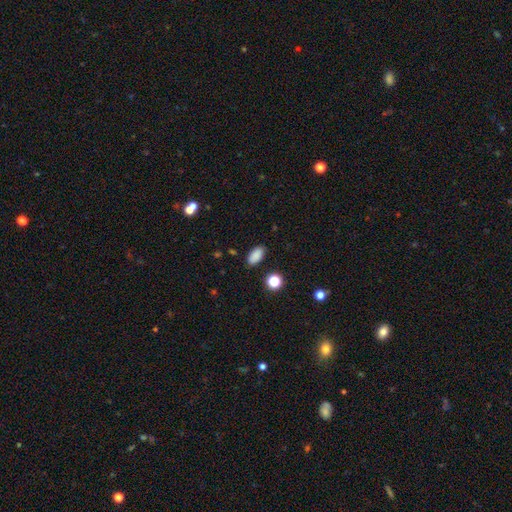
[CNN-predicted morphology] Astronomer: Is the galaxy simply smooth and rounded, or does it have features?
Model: smooth — 86%.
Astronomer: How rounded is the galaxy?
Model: in between — 91%.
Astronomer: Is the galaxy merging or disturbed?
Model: none — 87%.